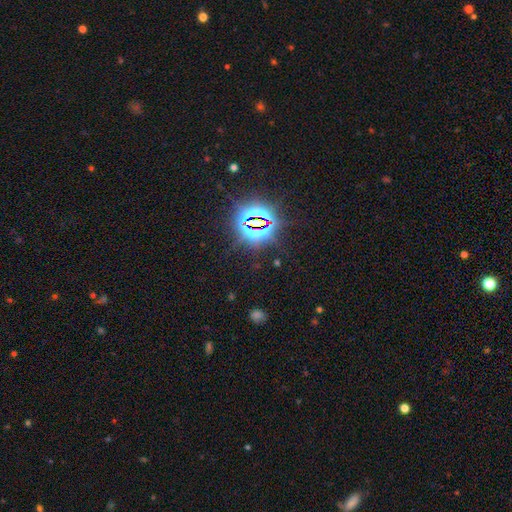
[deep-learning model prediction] smooth-or-featured: star or artifact: 82% | smooth: 11% | featured or disk: 7%